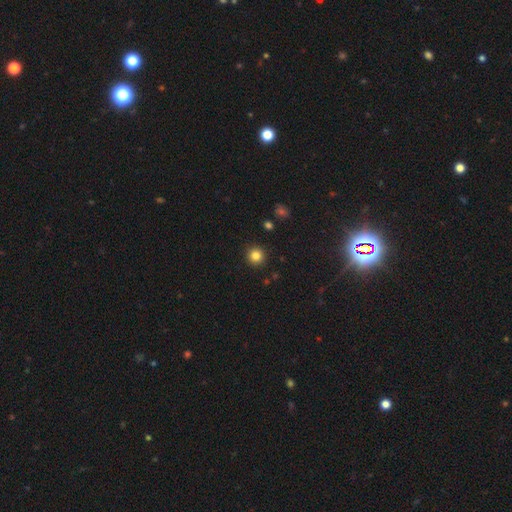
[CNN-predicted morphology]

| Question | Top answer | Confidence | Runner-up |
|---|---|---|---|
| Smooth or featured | smooth | 84% | star or artifact (11%) |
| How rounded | round | 95% | in between (4%) |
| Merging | none | 92% | minor disturbance (5%) |